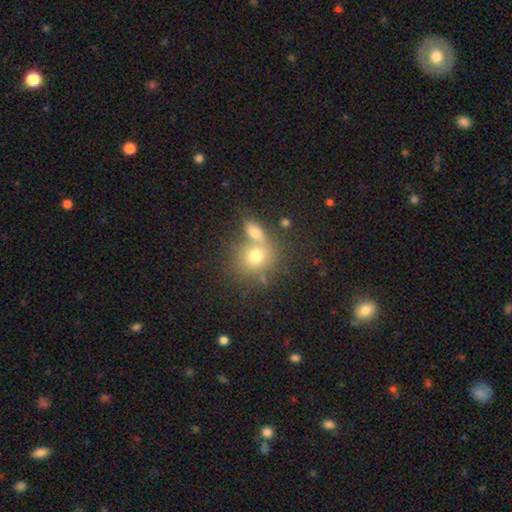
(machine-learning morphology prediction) The model was most divided on "merging": merger: 48%, none: 39%, minor disturbance: 9%, major disturbance: 4%. More confident: how rounded — round (76%); smooth or featured — smooth (70%).